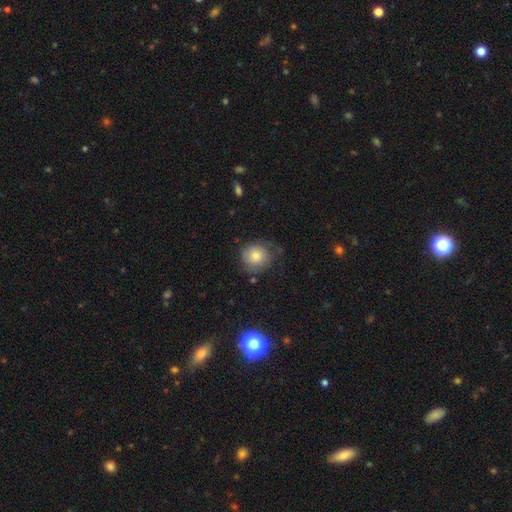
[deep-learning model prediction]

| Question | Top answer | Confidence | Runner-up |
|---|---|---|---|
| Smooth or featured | smooth | 73% | featured or disk (17%) |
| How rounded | round | 86% | in between (13%) |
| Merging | none | 59% | minor disturbance (27%) |